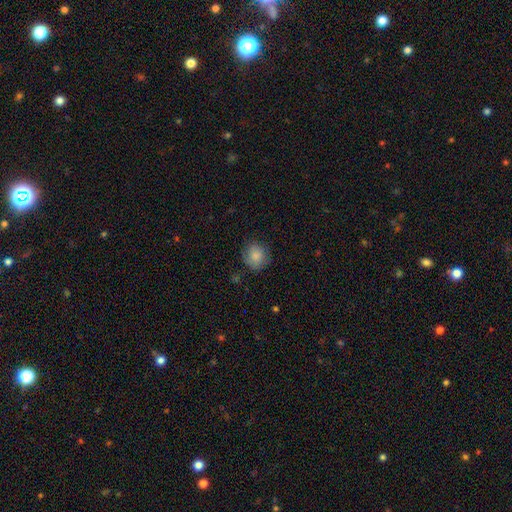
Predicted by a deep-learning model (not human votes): A smooth galaxy with no disk features (82%) that is round (84%). Merging: none (75%).